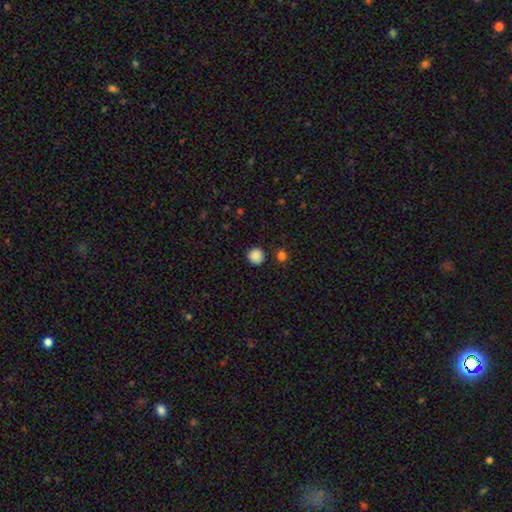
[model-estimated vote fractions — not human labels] This is clearly a smooth galaxy (87%). How rounded: clearly round (94%). Merging: clearly none (89%).